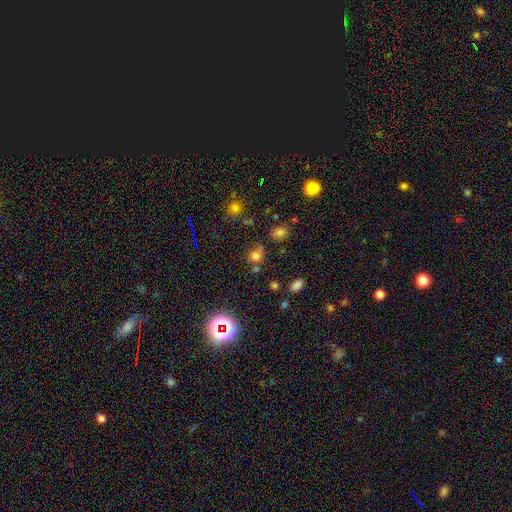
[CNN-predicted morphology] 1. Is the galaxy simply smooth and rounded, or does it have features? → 67% smooth, 24% star or artifact, 8% featured or disk.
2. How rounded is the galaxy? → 75% round, 24% in between, 2% cigar-shaped.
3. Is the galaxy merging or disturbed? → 57% none, 18% minor disturbance, 17% merger, 8% major disturbance.